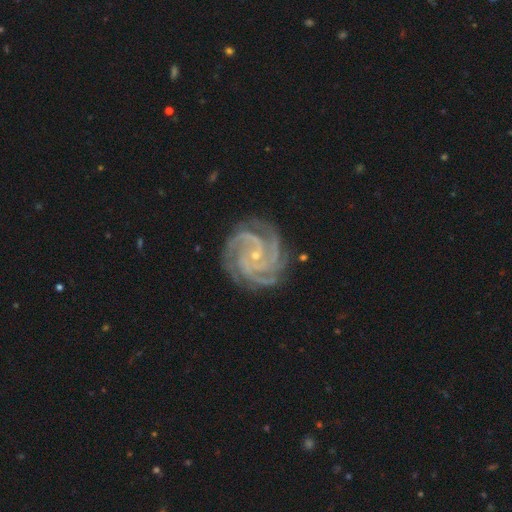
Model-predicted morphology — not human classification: This appears to be a featured or disk galaxy (92%) with no bar (64%), 4 (38%) tight (73%) spiral arms (99%) and a small central bulge (82%). Merging: none (80%).